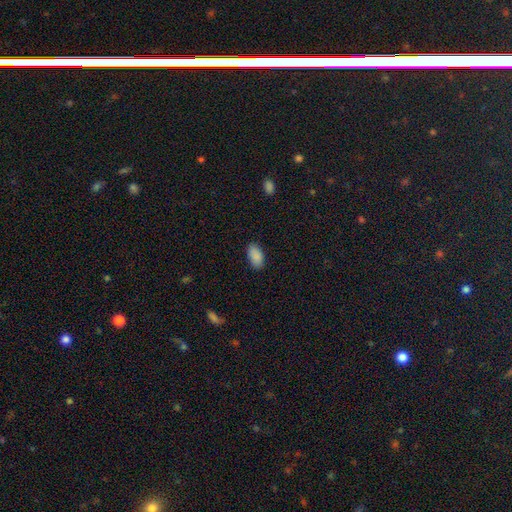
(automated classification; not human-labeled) Smooth or featured? smooth (89%)
How rounded? in between (94%)
Merging? none (86%)